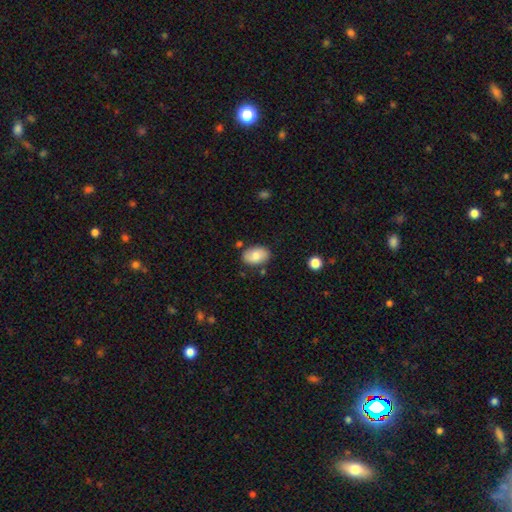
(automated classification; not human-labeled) A smooth galaxy with no disk features (76%) that is in between round and cigar-shaped (89%). Merging: none (79%).